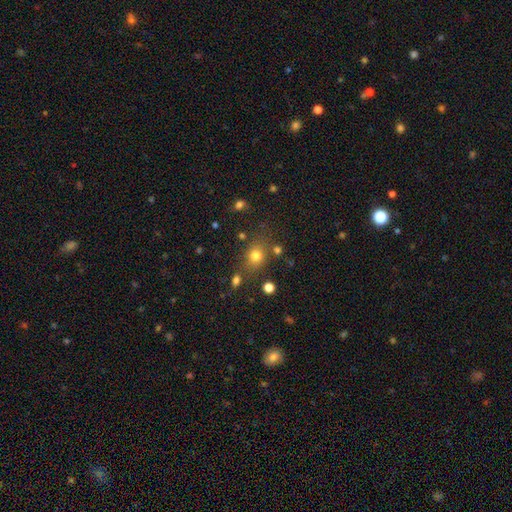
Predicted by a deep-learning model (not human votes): Overall: smooth (75%). How rounded: round (61%; in between 38%). Merging: none (73%).